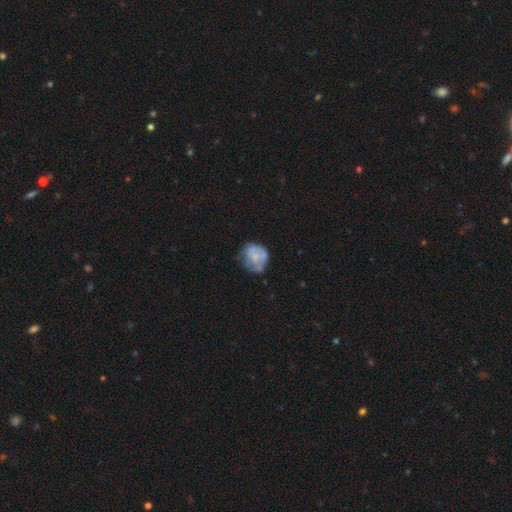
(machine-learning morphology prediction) Overall: smooth (47%; featured or disk 45%). Merging: none (48%; minor disturbance 30%).